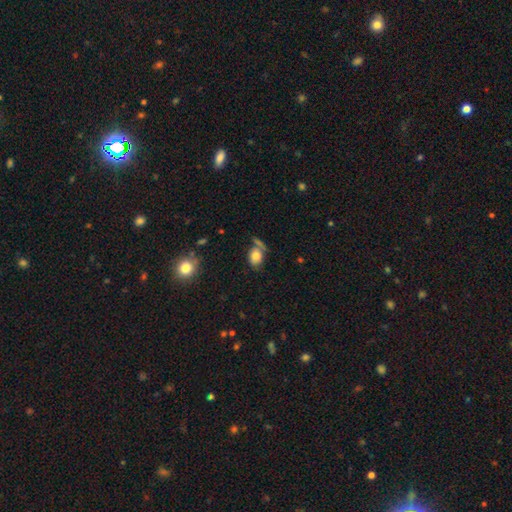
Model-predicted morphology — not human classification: Smooth or featured?
  - smooth: 74% *
  - featured or disk: 16%
  - star or artifact: 9%
How rounded?
  - in between: 72% *
  - round: 26%
  - cigar-shaped: 2%
Merging?
  - none: 46% *
  - merger: 22%
  - minor disturbance: 20%
  - major disturbance: 12%